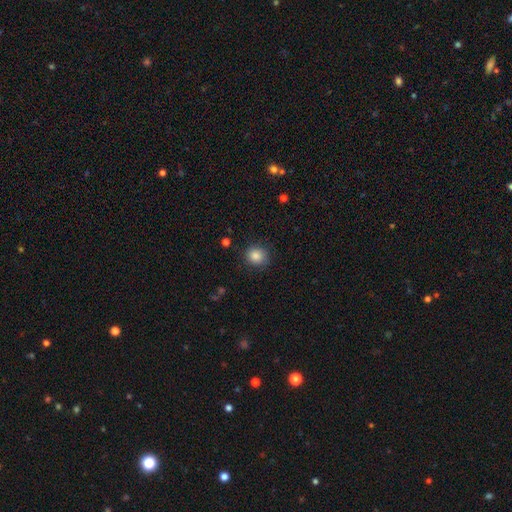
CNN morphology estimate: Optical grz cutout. It shows a smooth galaxy with no disk features (85%) that is round (85%). Merging: none (84%).